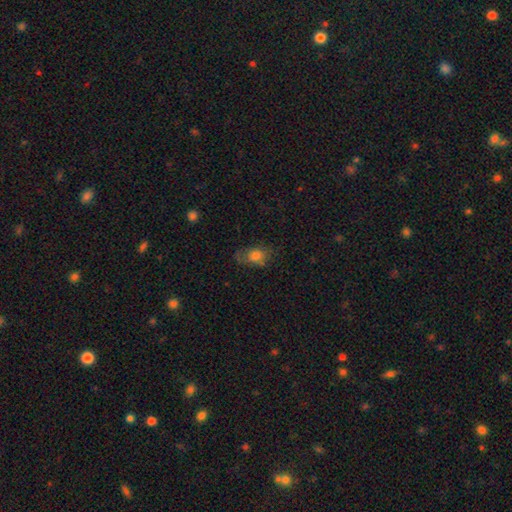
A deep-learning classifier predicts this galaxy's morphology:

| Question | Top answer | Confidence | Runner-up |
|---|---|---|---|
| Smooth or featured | smooth | 73% | featured or disk (16%) |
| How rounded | in between | 77% | round (21%) |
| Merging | none | 60% | minor disturbance (26%) |